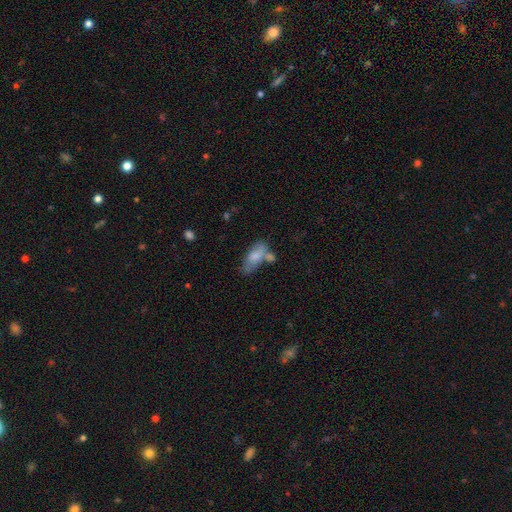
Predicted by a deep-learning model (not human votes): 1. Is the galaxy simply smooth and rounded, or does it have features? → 72% smooth, 21% featured or disk, 7% star or artifact.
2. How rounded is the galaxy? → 84% in between, 13% cigar-shaped, 3% round.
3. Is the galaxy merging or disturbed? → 37% none, 29% merger, 23% minor disturbance, 12% major disturbance.